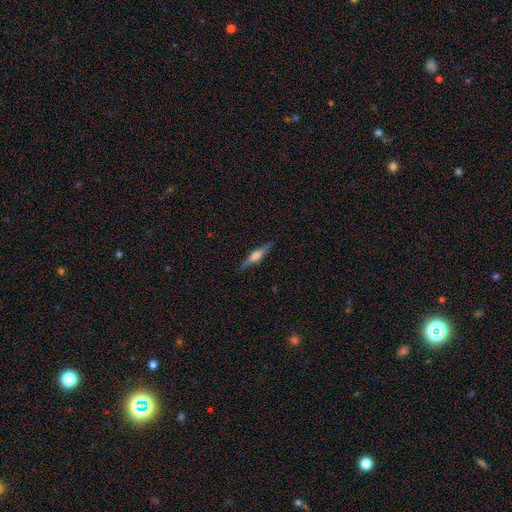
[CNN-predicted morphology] Smooth or featured?
  - featured or disk: 63% *
  - smooth: 31%
  - star or artifact: 6%
Edge-on disk?
  - yes: 96% *
  - no: 4%
Edge-on bulge?
  - rounded: 76% *
  - boxy: 18%
  - none: 5%
Merging?
  - none: 86% *
  - minor disturbance: 10%
  - major disturbance: 2%
  - merger: 1%